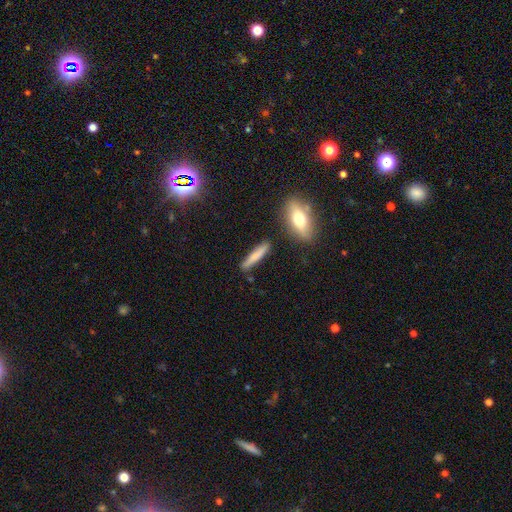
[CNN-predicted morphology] A smooth galaxy with no disk features (72%) that is cigar-shaped (88%). Merging: none (83%).